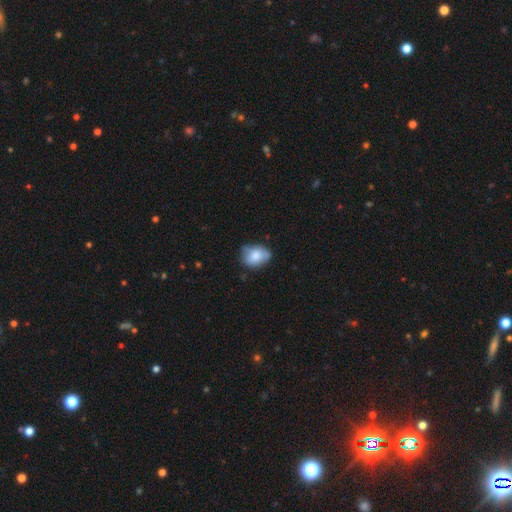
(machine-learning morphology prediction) smooth_or_featured: smooth (p=0.75) [alt: featured or disk p=0.17]
how_rounded: in between (p=0.69) [alt: round p=0.30]
merging: none (p=0.60) [alt: minor disturbance p=0.31]